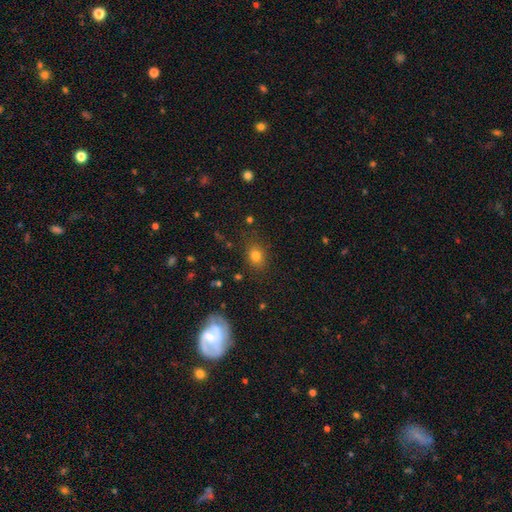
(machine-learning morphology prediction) smooth 77%, star or artifact 15%, featured or disk 8%. Down the decision tree: how rounded — in between (52%); merging — none (82%).